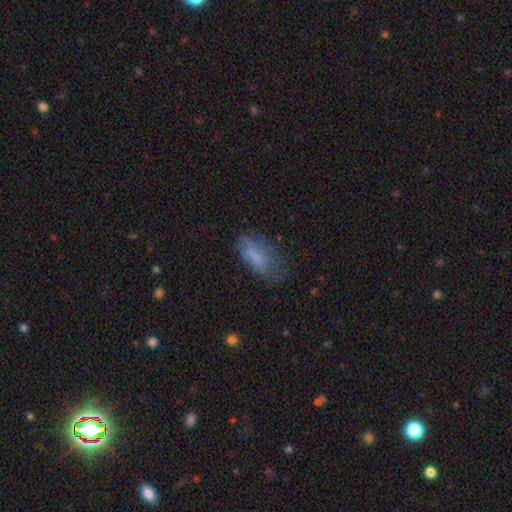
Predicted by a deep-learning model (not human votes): smooth 69%, featured or disk 21%, star or artifact 11%. Down the decision tree: how rounded — in between (80%); merging — none (52%).